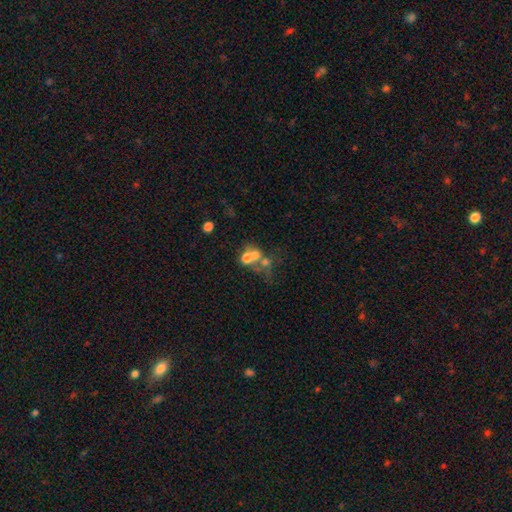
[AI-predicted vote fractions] smooth-or-featured: smooth: 55% | featured or disk: 29% | star or artifact: 16%
  how-rounded: round: 66% | in between: 33% | cigar-shaped: 1%
  merging: merger: 60% | none: 23% | major disturbance: 10% | minor disturbance: 7%